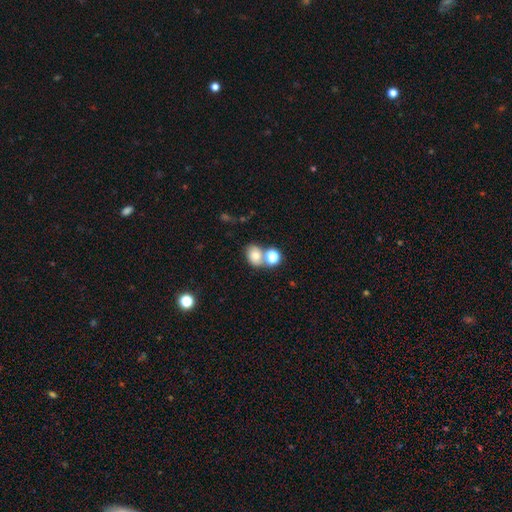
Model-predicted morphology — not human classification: type=smooth (72%); roundness=in between (51%); merging=none (48%).